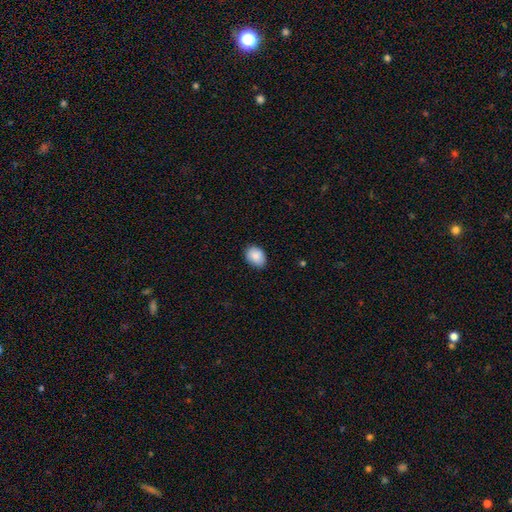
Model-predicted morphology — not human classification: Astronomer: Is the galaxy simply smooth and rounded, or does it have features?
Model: smooth — 87%.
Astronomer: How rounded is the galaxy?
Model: in between — 69%.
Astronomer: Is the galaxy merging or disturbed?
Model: none — 81%.